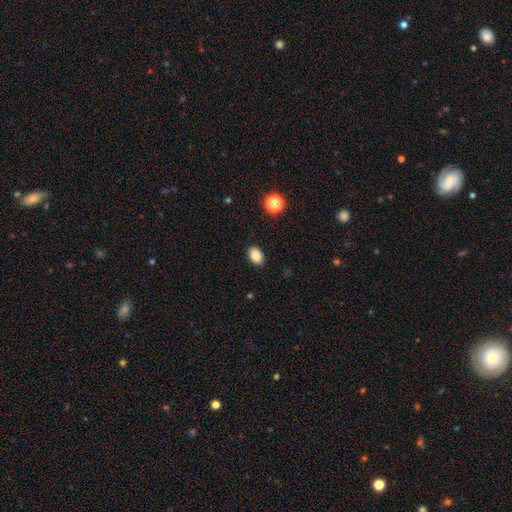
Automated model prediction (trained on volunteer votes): Smooth or featured? Predicted: smooth (p=0.86). How rounded? Predicted: in between (p=0.84). Merging? Predicted: none (p=0.88).